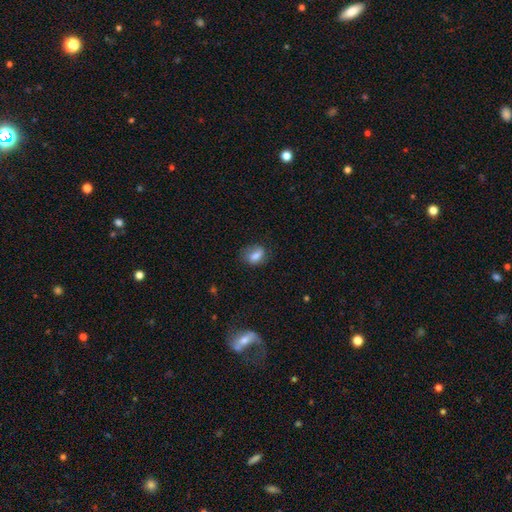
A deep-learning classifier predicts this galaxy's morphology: This is likely a smooth galaxy (75%). How rounded: likely in between (71%). Merging: likely none (67%).